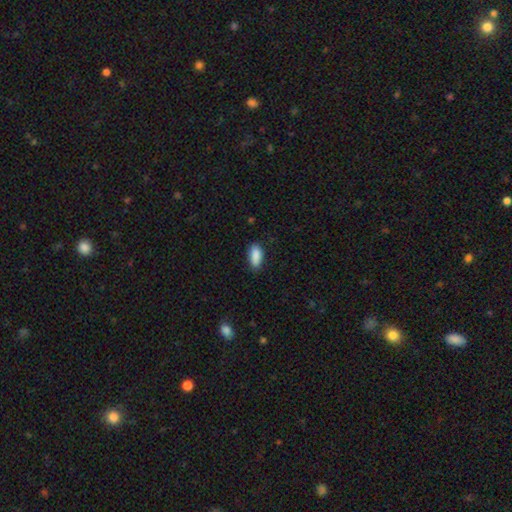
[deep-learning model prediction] Q: Smooth or featured?
A: smooth (89%); runner-up: star or artifact (7%)
Q: How rounded?
A: in between (87%); runner-up: cigar-shaped (11%)
Q: Merging?
A: none (80%); runner-up: minor disturbance (16%)